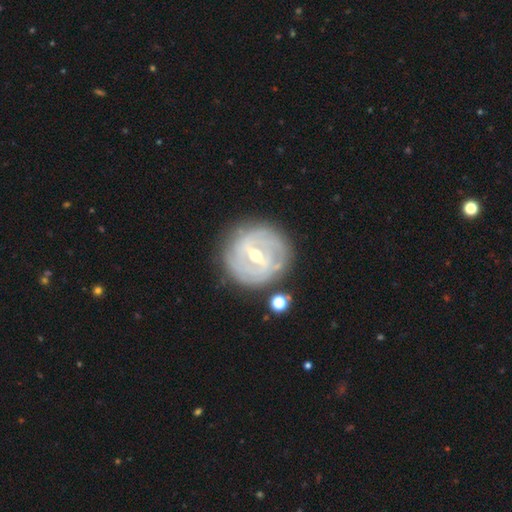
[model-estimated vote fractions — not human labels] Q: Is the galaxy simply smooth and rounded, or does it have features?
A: featured or disk — 85%.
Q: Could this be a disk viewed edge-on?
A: no — 95%.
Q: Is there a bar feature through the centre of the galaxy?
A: strong — 46%.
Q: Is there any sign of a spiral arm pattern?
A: yes — 88%.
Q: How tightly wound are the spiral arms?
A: tight — 75%.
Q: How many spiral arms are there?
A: can't tell — 38%.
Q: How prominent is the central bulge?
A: moderate — 65%.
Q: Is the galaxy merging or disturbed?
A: none — 81%.